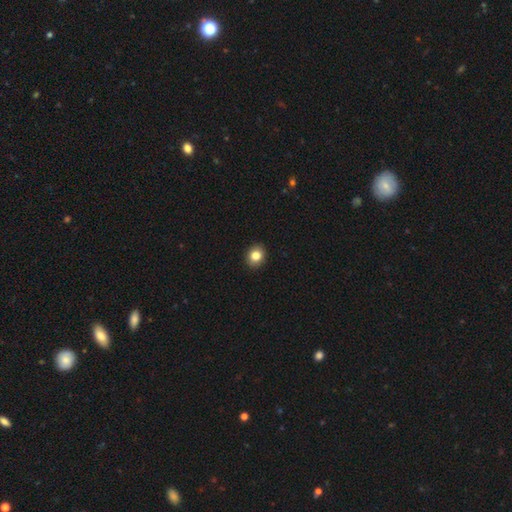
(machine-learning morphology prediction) This is clearly a smooth galaxy (83%). How rounded: likely round (63%). Merging: clearly none (91%).